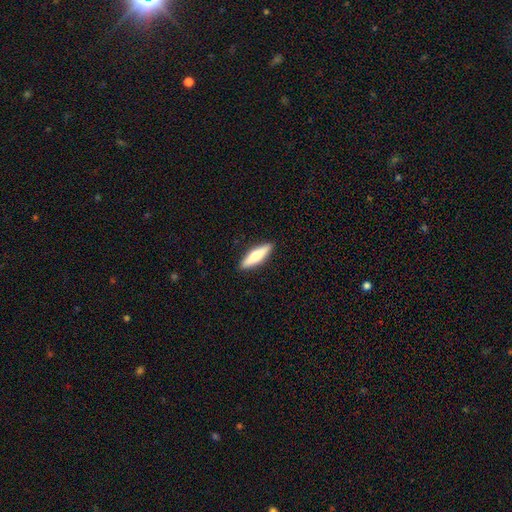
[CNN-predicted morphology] The model was most divided on "smooth or featured": smooth: 57%, featured or disk: 38%, star or artifact: 5%. More confident: merging — none (91%); how rounded — cigar-shaped (69%).